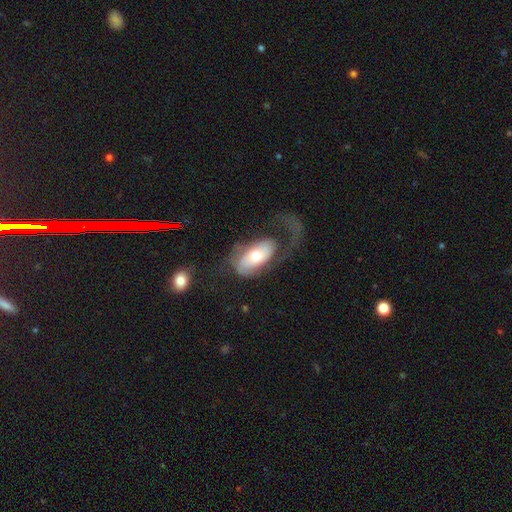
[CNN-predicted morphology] Smooth or featured? featured or disk (51%)
Edge-on disk? no (89%)
Merging? major disturbance (51%)